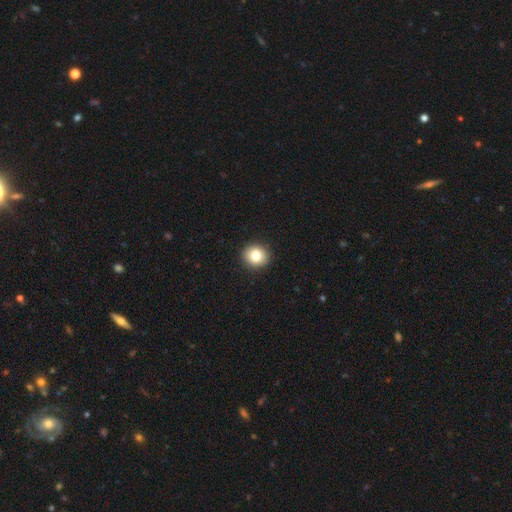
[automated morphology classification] A smooth galaxy with no disk features (81%) that is round (86%).

Vote fractions:
- Smooth or featured? smooth: 81% / star or artifact: 10% / featured or disk: 9%
- How rounded? round: 86% / in between: 13% / cigar-shaped: 1%
- Merging? none: 92% / minor disturbance: 5% / major disturbance: 2% / merger: 1%